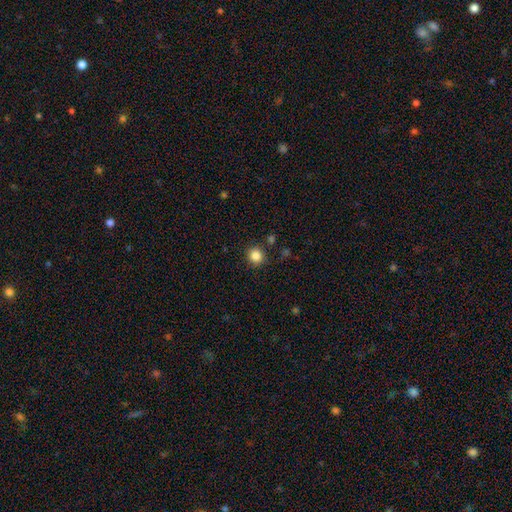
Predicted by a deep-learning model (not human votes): This is clearly a smooth galaxy (85%). How rounded: clearly round (91%). Merging: clearly none (88%).